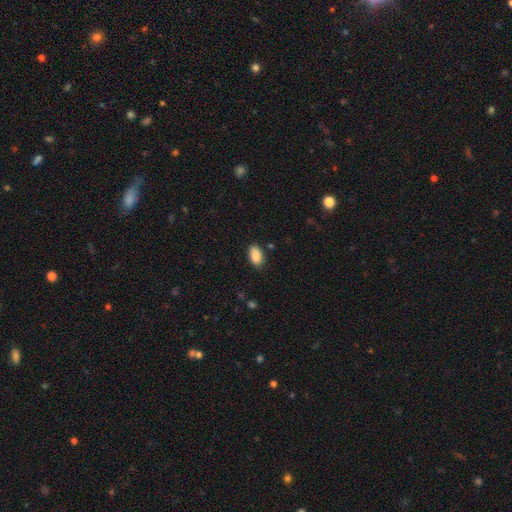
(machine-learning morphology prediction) This is clearly a smooth galaxy (87%). How rounded: clearly in between (93%). Merging: clearly none (84%).